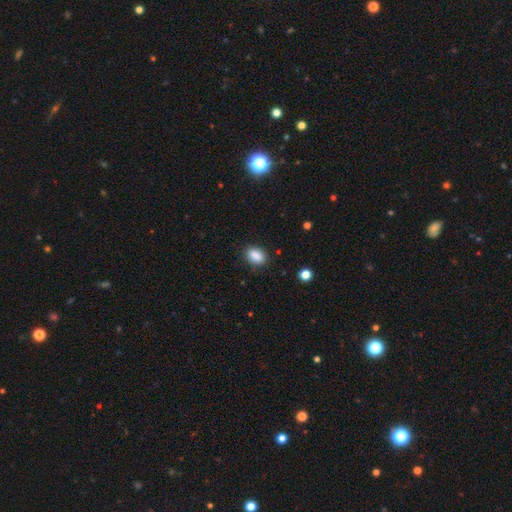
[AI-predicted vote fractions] Smooth or featured?
  - smooth: 87% *
  - star or artifact: 9%
  - featured or disk: 4%
How rounded?
  - in between: 81% *
  - round: 17%
  - cigar-shaped: 2%
Merging?
  - none: 83% *
  - minor disturbance: 13%
  - major disturbance: 3%
  - merger: 2%